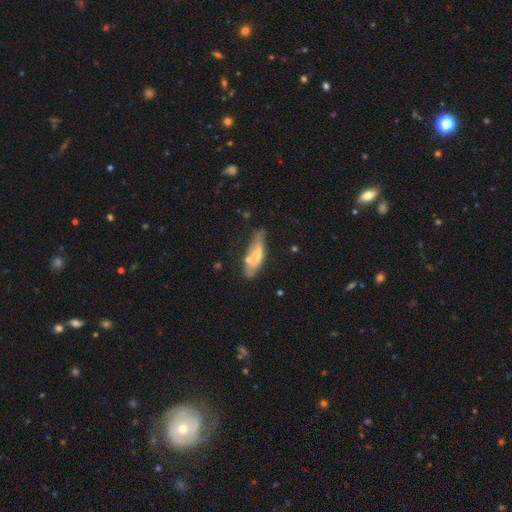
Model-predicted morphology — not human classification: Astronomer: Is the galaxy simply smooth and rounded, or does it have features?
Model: smooth — 49% (runner-up: featured or disk, 45%).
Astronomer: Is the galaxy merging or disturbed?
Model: none — 54%.